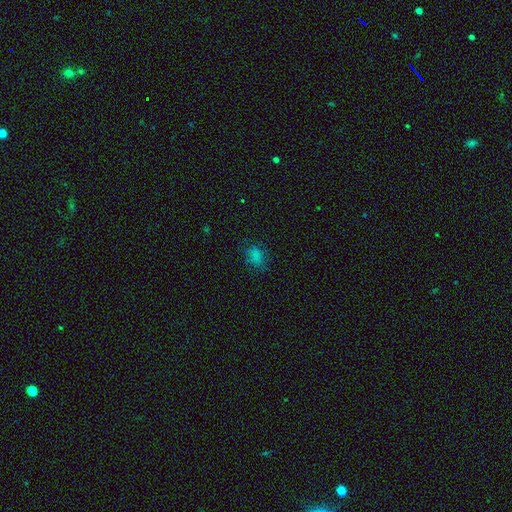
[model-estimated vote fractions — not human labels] This is likely a smooth galaxy (76%). How rounded: likely in between (67%). Merging: likely none (72%).